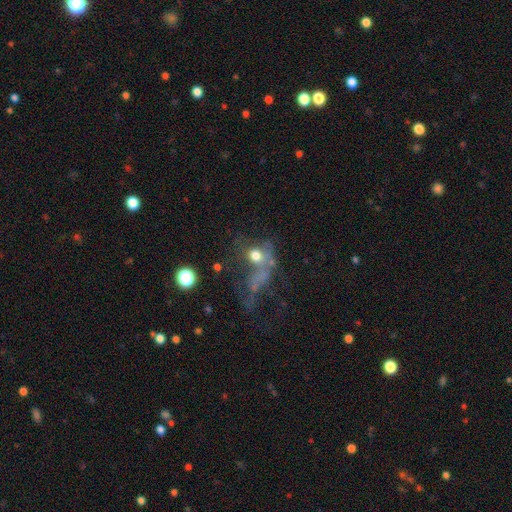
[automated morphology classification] Q: Smooth or featured?
A: smooth (51%); runner-up: featured or disk (29%)
Q: How rounded?
A: round (58%); runner-up: in between (39%)
Q: Merging?
A: major disturbance (43%); runner-up: none (25%)